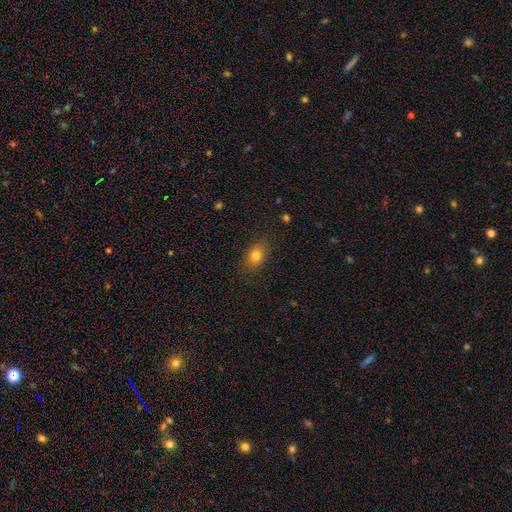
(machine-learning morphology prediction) Smooth or featured: smooth — 80% (star or artifact — 11%)
How rounded: in between — 72% (round — 26%)
Merging: none — 86% (minor disturbance — 10%)